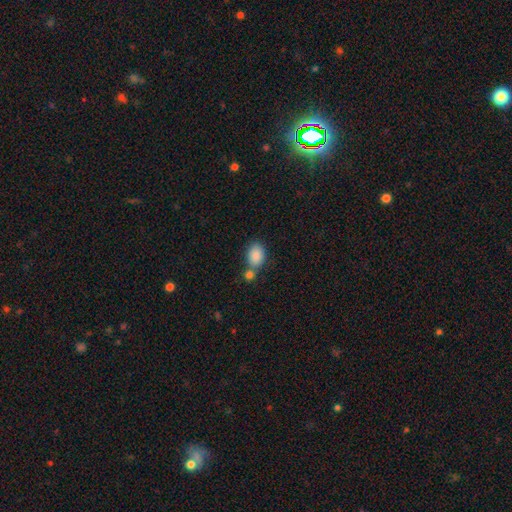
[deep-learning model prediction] Q: Smooth or featured?
A: smooth (87%); runner-up: star or artifact (8%)
Q: How rounded?
A: in between (81%); runner-up: round (18%)
Q: Merging?
A: none (54%); runner-up: merger (29%)